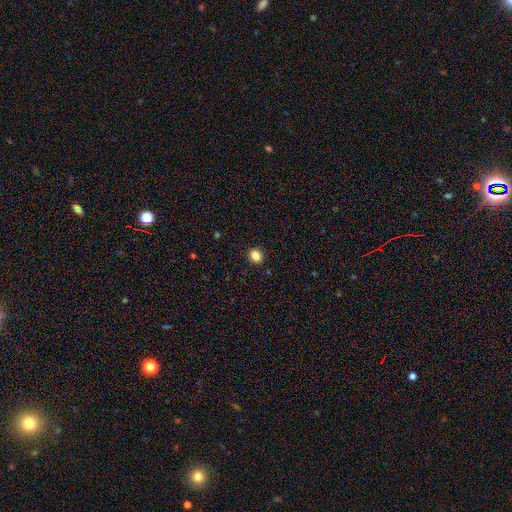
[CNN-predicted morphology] Smooth or featured? smooth (85%)
How rounded? round (67%)
Merging? none (91%)